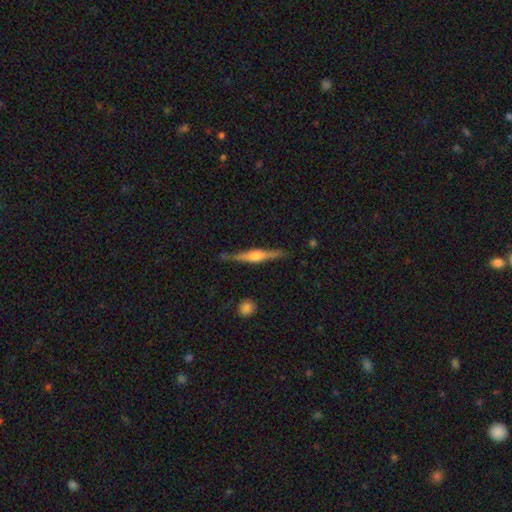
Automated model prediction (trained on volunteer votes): Q: Smooth or featured?
A: featured or disk (77%); runner-up: smooth (17%)
Q: Edge-on disk?
A: yes (98%); runner-up: no (2%)
Q: Edge-on bulge?
A: rounded (81%); runner-up: boxy (14%)
Q: Merging?
A: none (87%); runner-up: minor disturbance (10%)